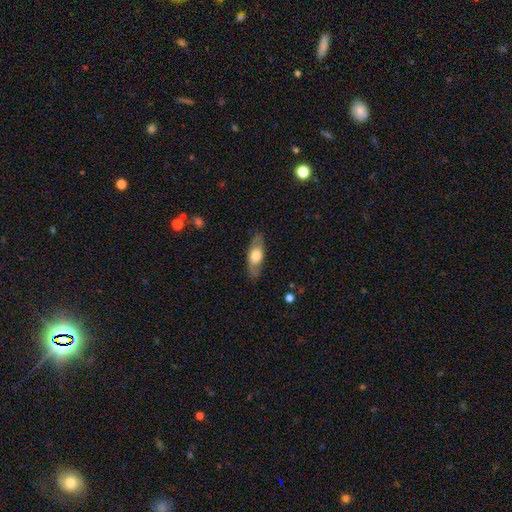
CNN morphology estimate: Smooth or featured? Predicted: smooth (p=0.54). How rounded? Predicted: in between (p=0.70). Merging? Predicted: none (p=0.82).